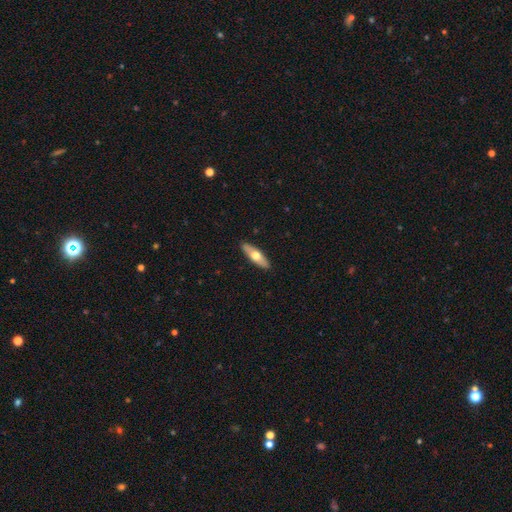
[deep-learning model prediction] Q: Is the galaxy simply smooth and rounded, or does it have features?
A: smooth — 56%.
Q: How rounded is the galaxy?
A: cigar-shaped — 49%.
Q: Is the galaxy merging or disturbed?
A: none — 90%.